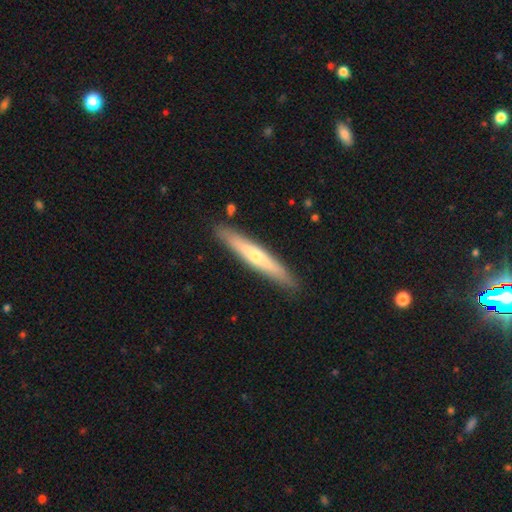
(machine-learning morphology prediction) A featured or disk galaxy (53%) viewed edge-on (90%). Merging: none (89%).